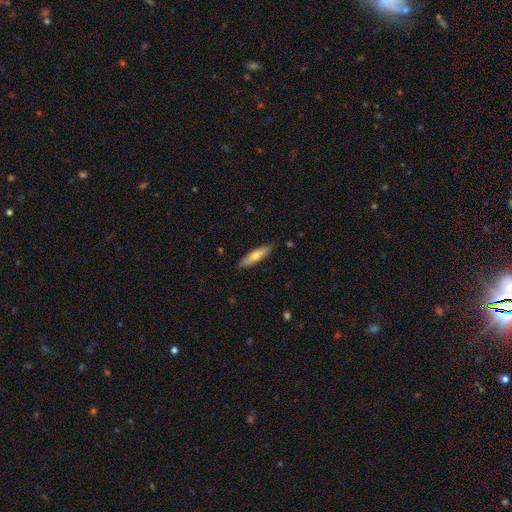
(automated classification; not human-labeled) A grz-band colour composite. It shows a smooth galaxy with no disk features (60%) that is cigar-shaped (70%). Merging: none (86%).